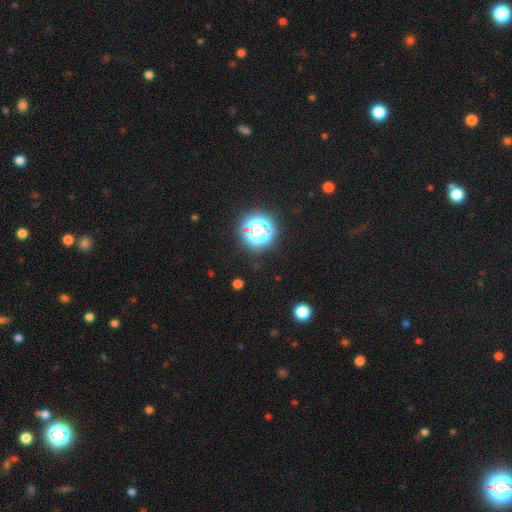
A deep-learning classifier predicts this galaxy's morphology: smooth_or_featured: star or artifact (p=0.79) [alt: smooth p=0.15]